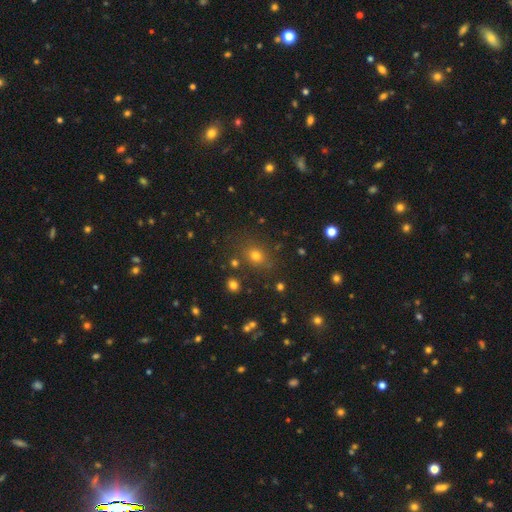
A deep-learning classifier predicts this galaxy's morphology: Smooth or featured?
  - smooth: 69% *
  - star or artifact: 23%
  - featured or disk: 8%
How rounded?
  - round: 60% *
  - in between: 38%
  - cigar-shaped: 2%
Merging?
  - none: 79% *
  - minor disturbance: 11%
  - merger: 6%
  - major disturbance: 4%